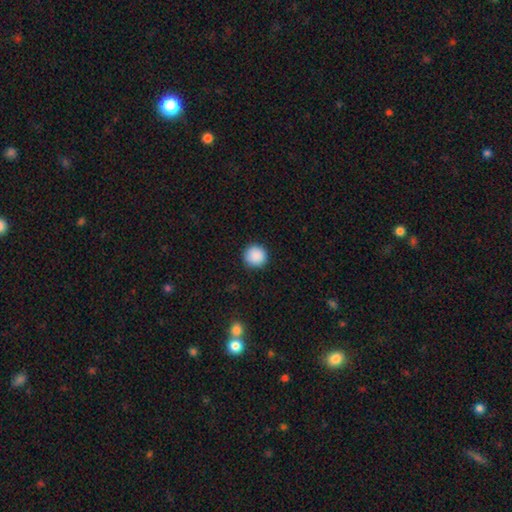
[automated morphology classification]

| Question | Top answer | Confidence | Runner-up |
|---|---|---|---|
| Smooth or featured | smooth | 89% | star or artifact (8%) |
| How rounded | round | 95% | in between (4%) |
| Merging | none | 91% | minor disturbance (6%) |